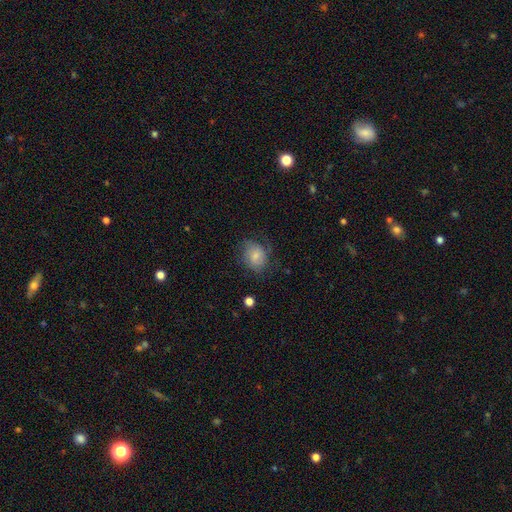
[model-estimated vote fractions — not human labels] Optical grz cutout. It shows a smooth galaxy with no disk features (71%) that is round (55%). Merging: none (54%).